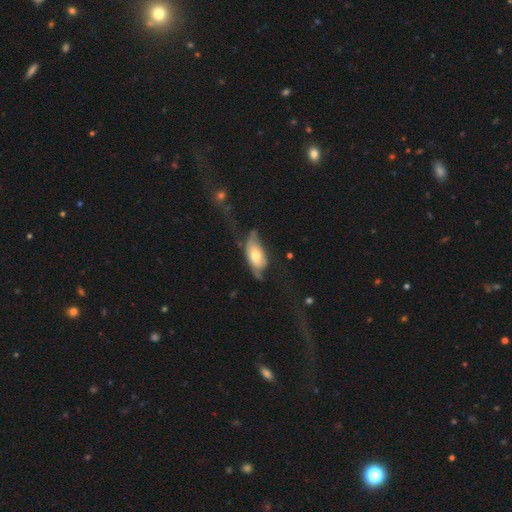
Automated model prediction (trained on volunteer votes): The model was most divided on "merging": major disturbance: 36%, none: 32%, minor disturbance: 28%, merger: 4%. More confident: how rounded — in between (89%); smooth or featured — smooth (50%).